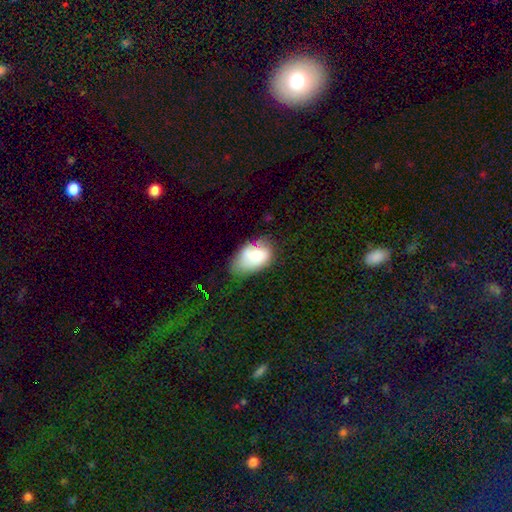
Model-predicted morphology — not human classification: This appears to be a smooth galaxy with no disk features (74%) that is in between round and cigar-shaped (89%). Merging: none (41%).